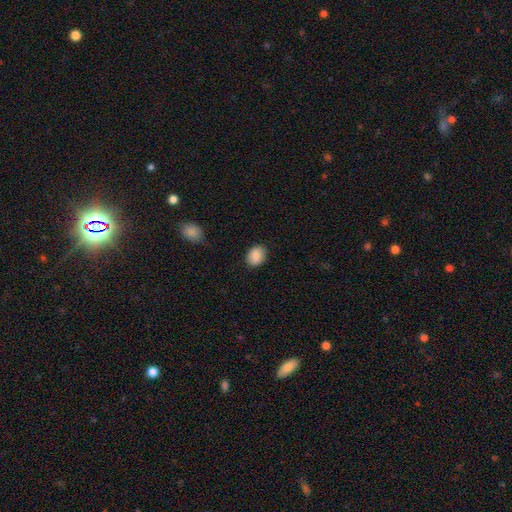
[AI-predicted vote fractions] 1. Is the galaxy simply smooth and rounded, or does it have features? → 88% smooth, 8% star or artifact, 5% featured or disk.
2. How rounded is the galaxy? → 68% in between, 31% round, 1% cigar-shaped.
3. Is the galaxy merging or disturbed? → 86% none, 11% minor disturbance, 2% major disturbance, 1% merger.